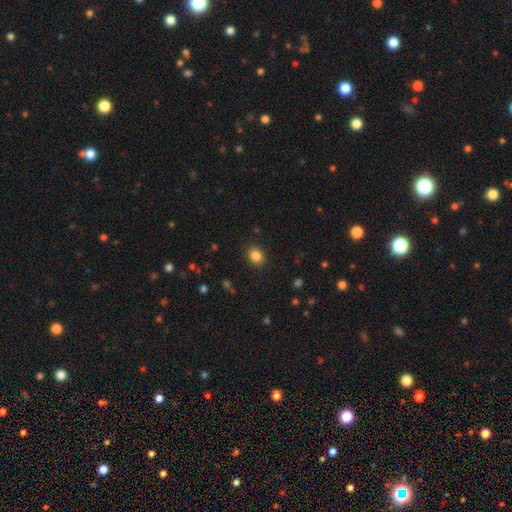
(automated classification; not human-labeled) Smooth or featured? smooth (85%)
How rounded? round (62%)
Merging? none (89%)